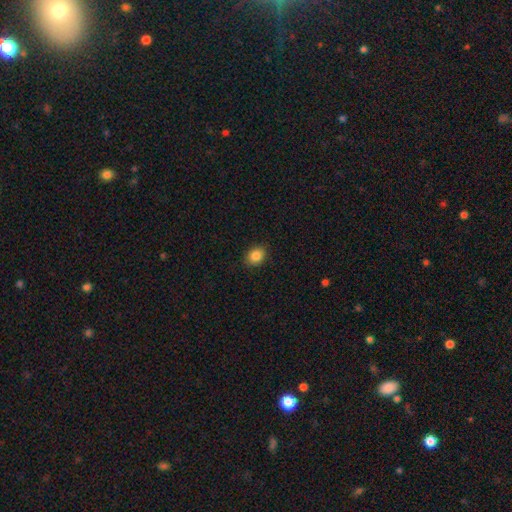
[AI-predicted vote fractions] smooth-or-featured: smooth: 86% | star or artifact: 9% | featured or disk: 5%
  how-rounded: round: 51% | in between: 48% | cigar-shaped: 1%
  merging: none: 89% | minor disturbance: 8% | major disturbance: 2% | merger: 1%